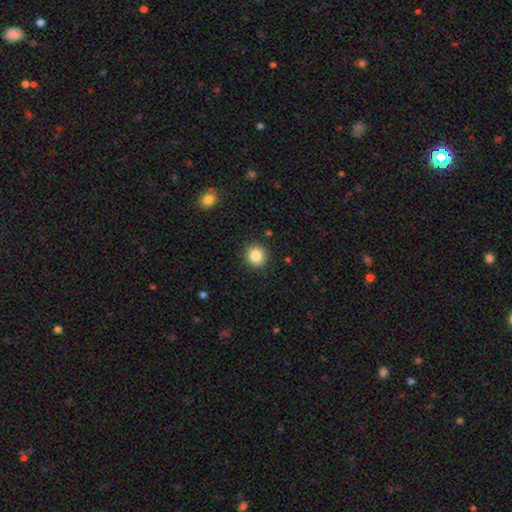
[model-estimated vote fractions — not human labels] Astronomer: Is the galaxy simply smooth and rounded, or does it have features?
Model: smooth — 85%.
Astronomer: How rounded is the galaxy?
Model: round — 91%.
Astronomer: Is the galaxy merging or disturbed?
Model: none — 90%.